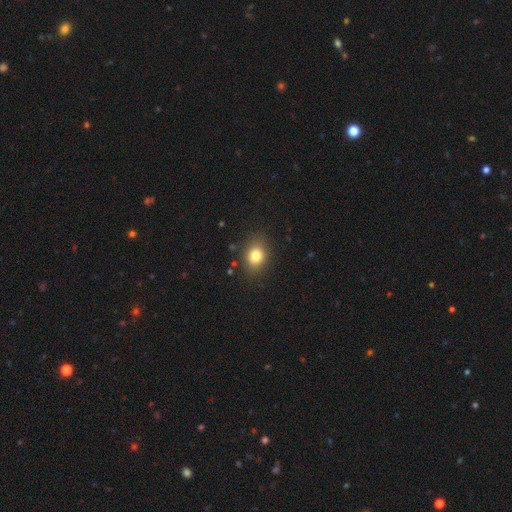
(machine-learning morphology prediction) smooth-or-featured: smooth: 81% | star or artifact: 11% | featured or disk: 8%
  how-rounded: in between: 54% | round: 45% | cigar-shaped: 1%
  merging: none: 83% | minor disturbance: 12% | major disturbance: 3% | merger: 2%